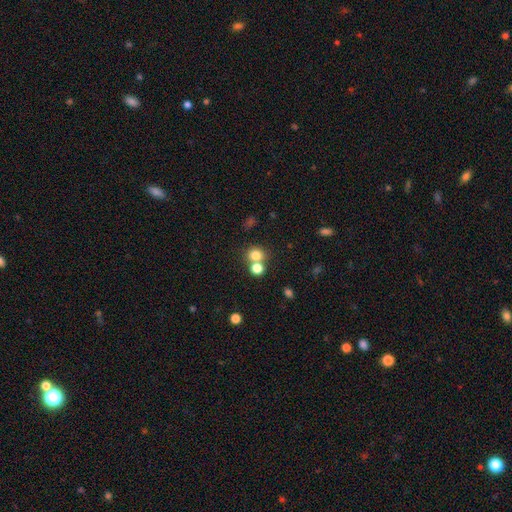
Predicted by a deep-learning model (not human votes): smooth 77%, star or artifact 15%, featured or disk 8%. Down the decision tree: how rounded — round (81%); merging — none (56%).